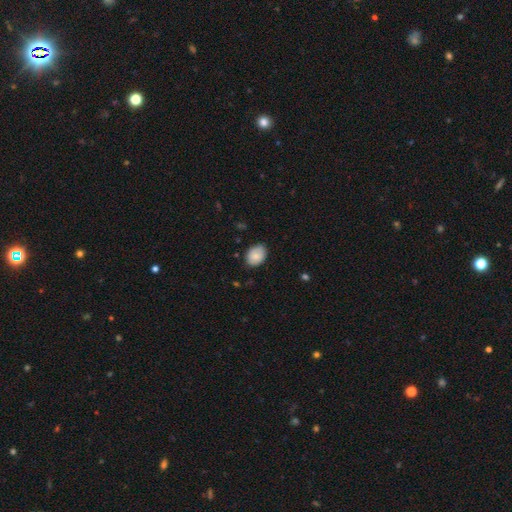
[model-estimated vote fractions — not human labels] A smooth galaxy with no disk features (81%) that is in between round and cigar-shaped (71%).

Vote fractions:
- Smooth or featured? smooth: 81% / featured or disk: 12% / star or artifact: 7%
- How rounded? in between: 71% / round: 28% / cigar-shaped: 1%
- Merging? none: 79% / minor disturbance: 17% / major disturbance: 3% / merger: 1%